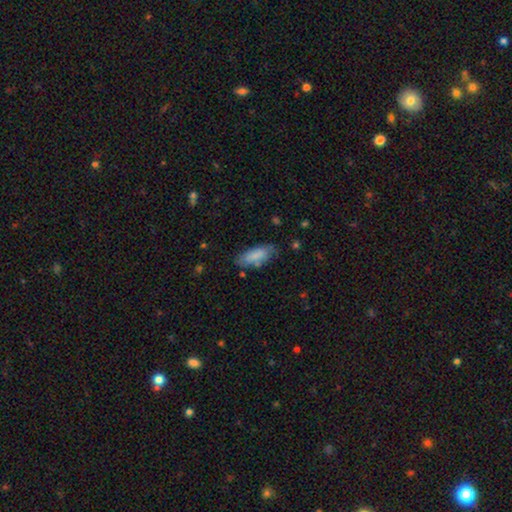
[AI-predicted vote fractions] The model was most divided on "merging": none: 72%, minor disturbance: 20%, major disturbance: 5%, merger: 3%. More confident: smooth or featured — smooth (82%); how rounded — in between (79%).